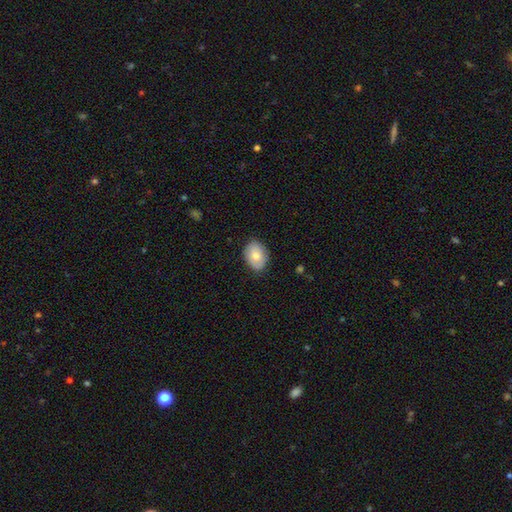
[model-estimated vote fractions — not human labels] This is likely a smooth galaxy (78%). How rounded: likely in between (71%). Merging: clearly none (82%).